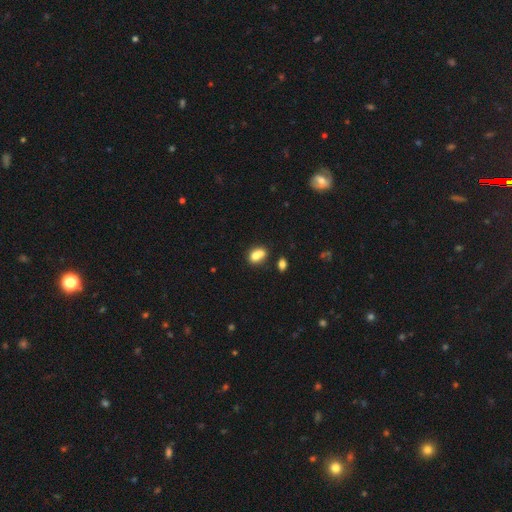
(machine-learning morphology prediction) Smooth or featured: smooth — 75% (featured or disk — 16%)
How rounded: in between — 66% (round — 31%)
Merging: merger — 49% (none — 33%)